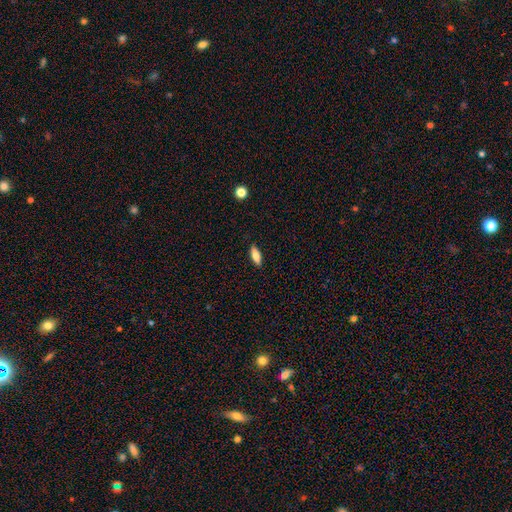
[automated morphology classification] smooth-or-featured: smooth: 76% | featured or disk: 17% | star or artifact: 7%
  how-rounded: in between: 64% | cigar-shaped: 34% | round: 2%
  merging: none: 88% | minor disturbance: 9% | major disturbance: 2% | merger: 1%